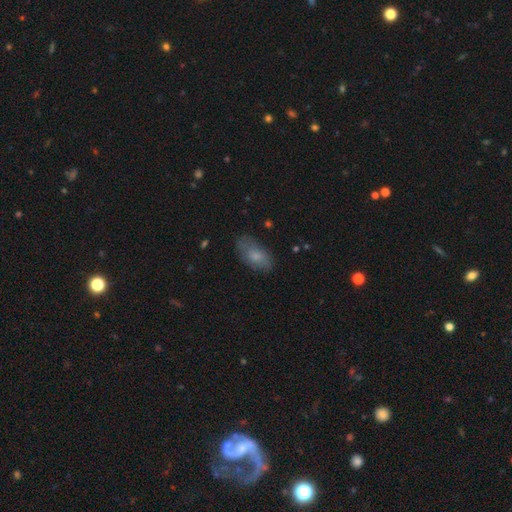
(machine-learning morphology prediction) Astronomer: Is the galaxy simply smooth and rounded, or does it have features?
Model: smooth — 74%.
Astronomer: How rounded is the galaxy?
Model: in between — 91%.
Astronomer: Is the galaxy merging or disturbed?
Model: none — 72%.